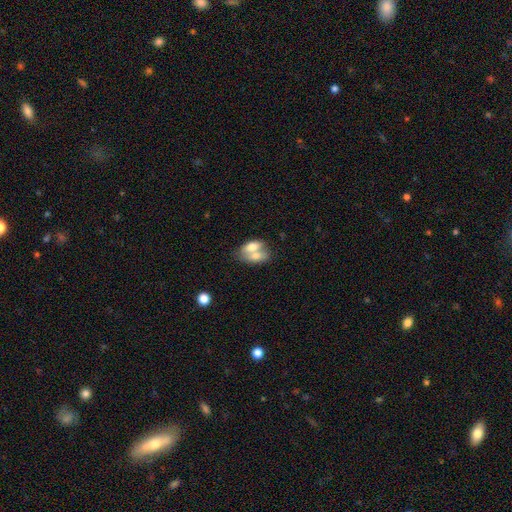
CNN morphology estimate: This is likely a smooth galaxy (67%). How rounded: clearly in between (83%). Merging: likely merger (69%).